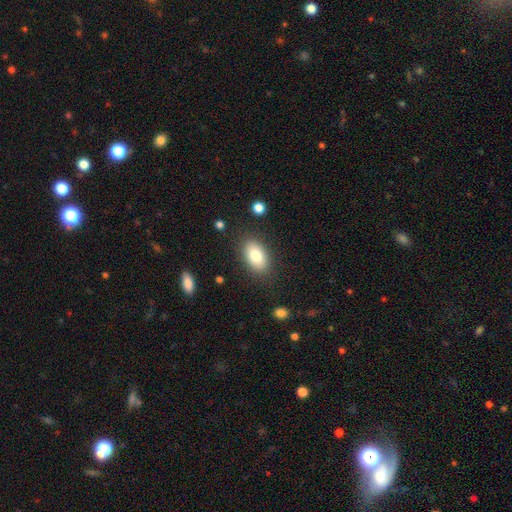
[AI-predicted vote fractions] Q: Smooth or featured?
A: smooth (80%); runner-up: featured or disk (12%)
Q: How rounded?
A: in between (91%); runner-up: round (7%)
Q: Merging?
A: none (84%); runner-up: minor disturbance (11%)